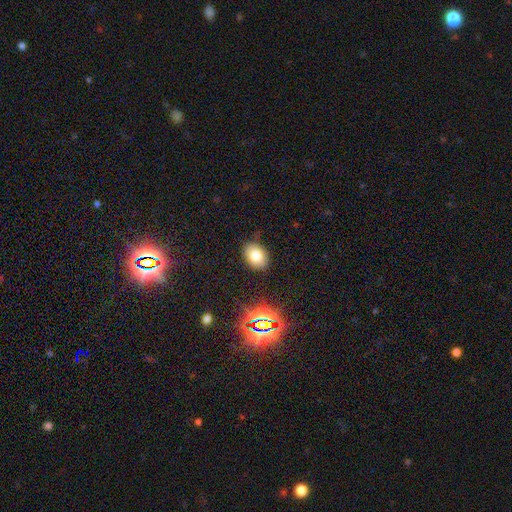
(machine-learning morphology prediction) Smooth or featured: smooth — 77% (star or artifact — 13%)
How rounded: in between — 77% (round — 22%)
Merging: none — 85% (minor disturbance — 10%)